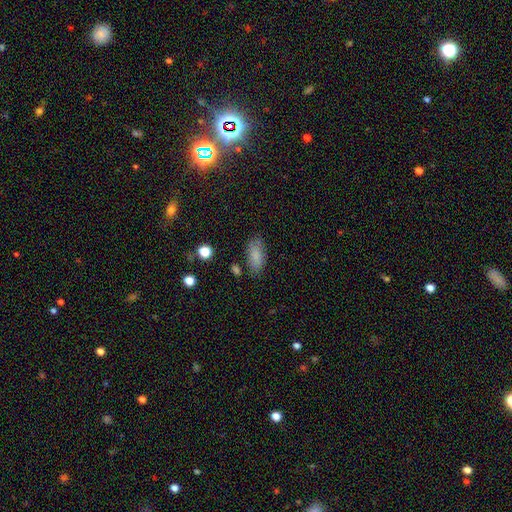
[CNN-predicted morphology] Q: Smooth or featured?
A: smooth (84%); runner-up: star or artifact (8%)
Q: How rounded?
A: in between (88%); runner-up: cigar-shaped (9%)
Q: Merging?
A: none (77%); runner-up: minor disturbance (16%)